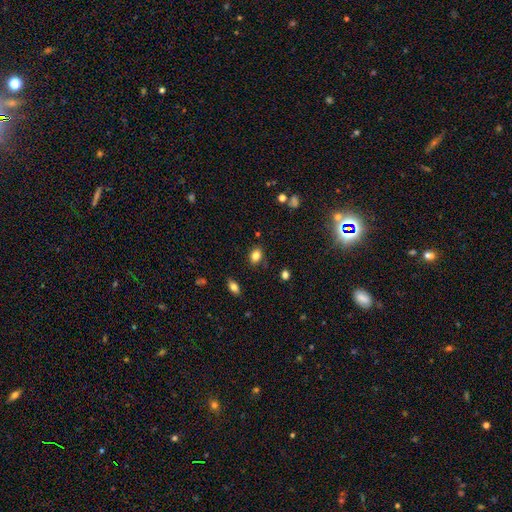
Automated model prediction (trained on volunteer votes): Q: Smooth or featured?
A: smooth (82%); runner-up: star or artifact (11%)
Q: How rounded?
A: in between (71%); runner-up: round (28%)
Q: Merging?
A: none (80%); runner-up: minor disturbance (15%)